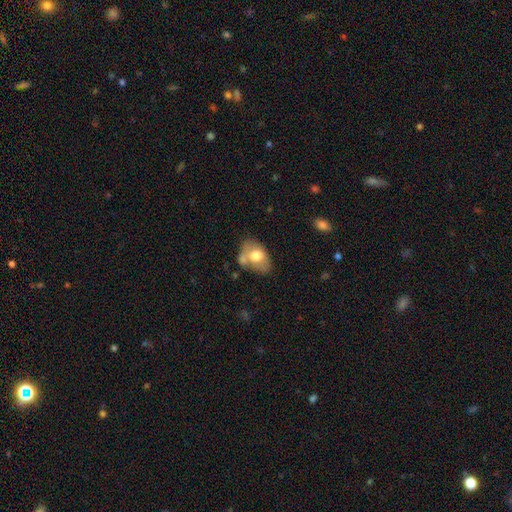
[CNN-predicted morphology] Q: Smooth or featured?
A: smooth (65%); runner-up: featured or disk (28%)
Q: How rounded?
A: in between (82%); runner-up: round (17%)
Q: Merging?
A: none (39%); runner-up: merger (27%)